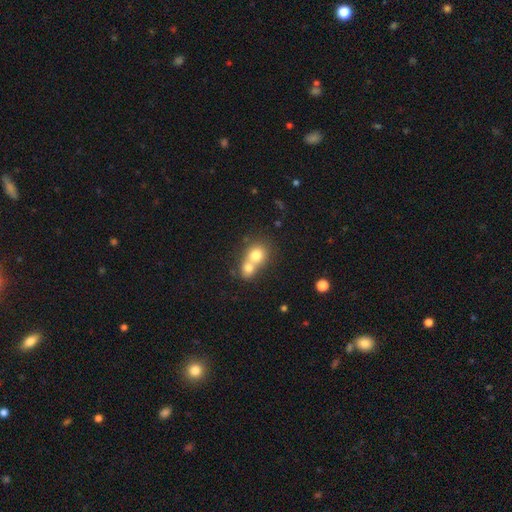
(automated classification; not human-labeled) This is likely a smooth galaxy (73%). How rounded: likely round (73%). Merging: likely merger (70%).